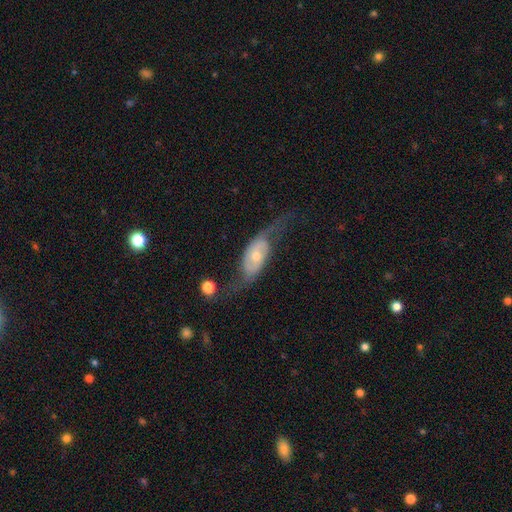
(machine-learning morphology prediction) The model was most divided on "bulge size": moderate: 48%, small: 46%, large: 3%, none: 1%, dominant: 1%. More confident: spiral arm count — 2 (88%); edge-on disk — no (87%); spiral arms — yes (85%); smooth or featured — featured or disk (76%); bar — no (66%); spiral winding — loose (64%); merging — none (50%).